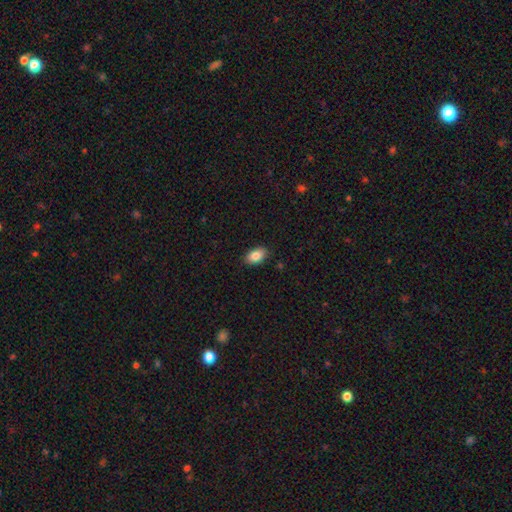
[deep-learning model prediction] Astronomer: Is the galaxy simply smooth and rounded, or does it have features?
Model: smooth — 86%.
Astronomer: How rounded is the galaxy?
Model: in between — 90%.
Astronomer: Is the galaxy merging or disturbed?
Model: none — 88%.